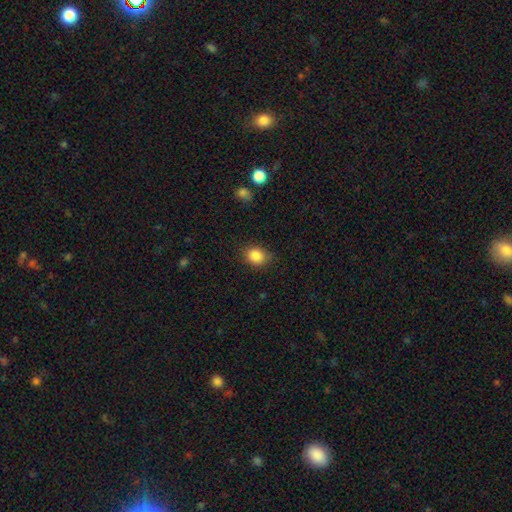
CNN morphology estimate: smooth_or_featured: smooth (p=0.85) [alt: star or artifact p=0.10]
how_rounded: round (p=0.56) [alt: in between p=0.43]
merging: none (p=0.79) [alt: minor disturbance p=0.16]